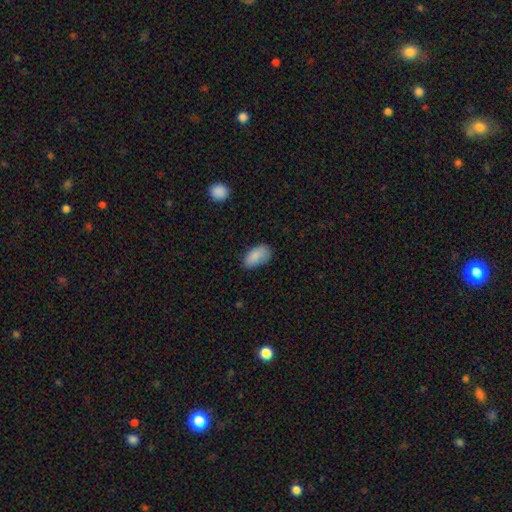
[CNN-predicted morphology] smooth_or_featured: smooth (p=0.87) [alt: star or artifact p=0.07]
how_rounded: in between (p=0.94) [alt: round p=0.04]
merging: none (p=0.69) [alt: minor disturbance p=0.24]